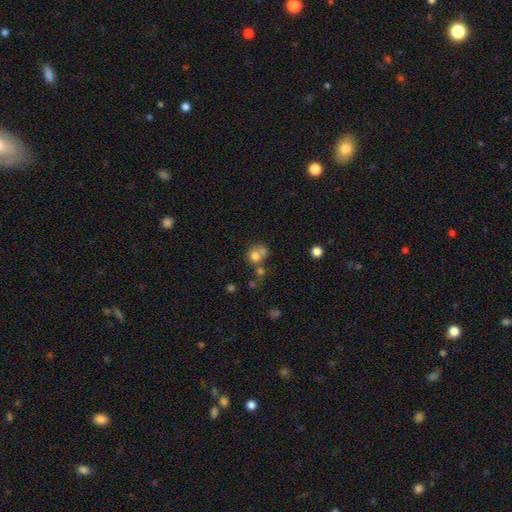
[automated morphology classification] Smooth or featured? Predicted: smooth (p=0.72). How rounded? Predicted: round (p=0.76). Merging? Predicted: merger (p=0.45).